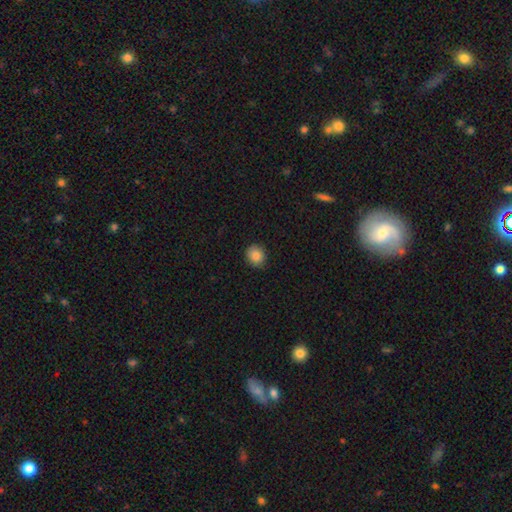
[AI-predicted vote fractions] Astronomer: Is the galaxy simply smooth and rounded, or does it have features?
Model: smooth — 85%.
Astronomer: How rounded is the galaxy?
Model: round — 79%.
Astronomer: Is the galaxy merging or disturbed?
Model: none — 84%.